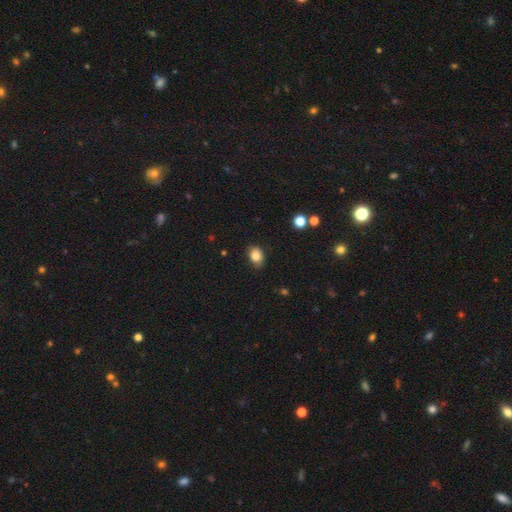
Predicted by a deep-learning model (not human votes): This is clearly a smooth galaxy (83%). How rounded: likely in between (63%). Merging: clearly none (83%).